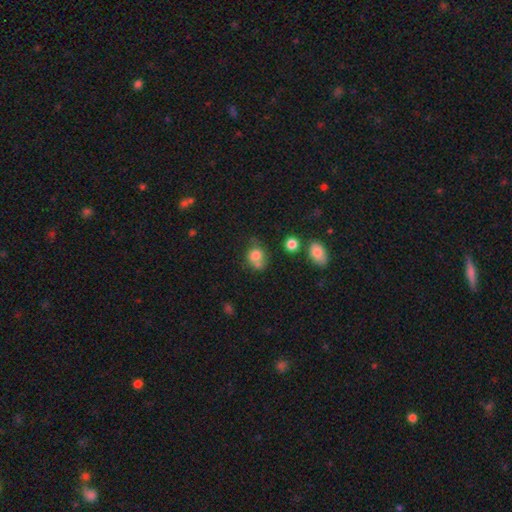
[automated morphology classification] type=smooth (78%); roundness=round (68%); merging=none (46%).